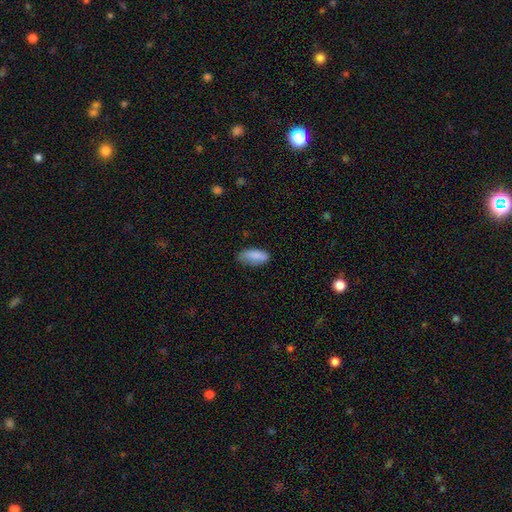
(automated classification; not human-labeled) Smooth or featured? Predicted: smooth (p=0.86). How rounded? Predicted: in between (p=0.83). Merging? Predicted: none (p=0.66).